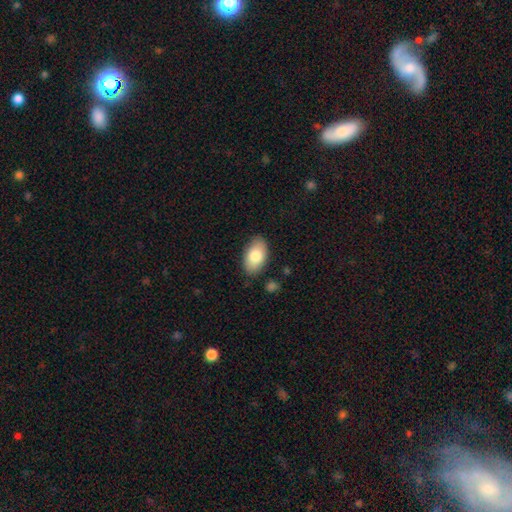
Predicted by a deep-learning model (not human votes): smooth_or_featured: smooth (p=0.80) [alt: featured or disk p=0.14]
how_rounded: in between (p=0.94) [alt: round p=0.05]
merging: none (p=0.85) [alt: minor disturbance p=0.11]